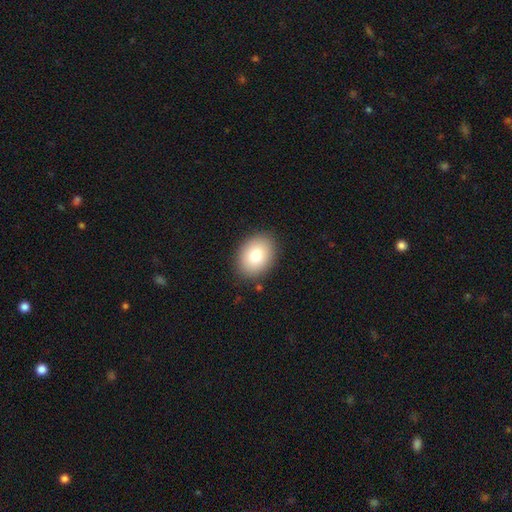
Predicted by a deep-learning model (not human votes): Smooth or featured? smooth (87%)
How rounded? in between (75%)
Merging? none (87%)